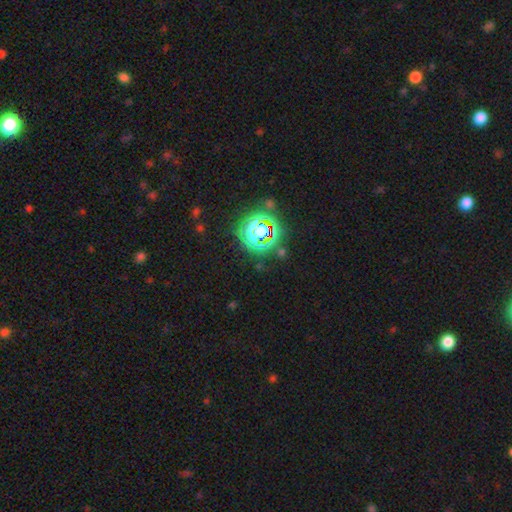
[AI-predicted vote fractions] Smooth or featured: star or artifact — 79% (smooth — 14%)